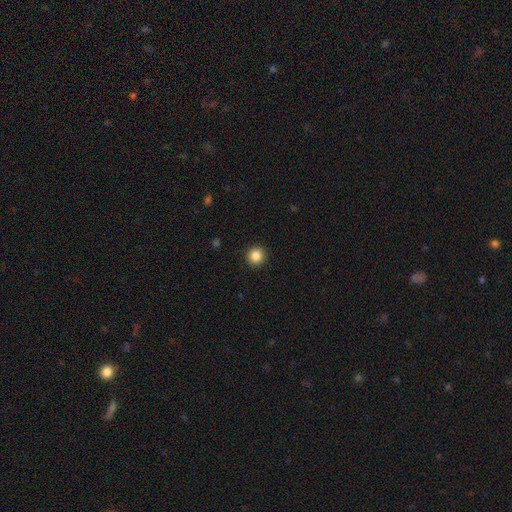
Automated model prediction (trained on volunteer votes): Overall: smooth (86%). How rounded: round (95%). Merging: none (93%).